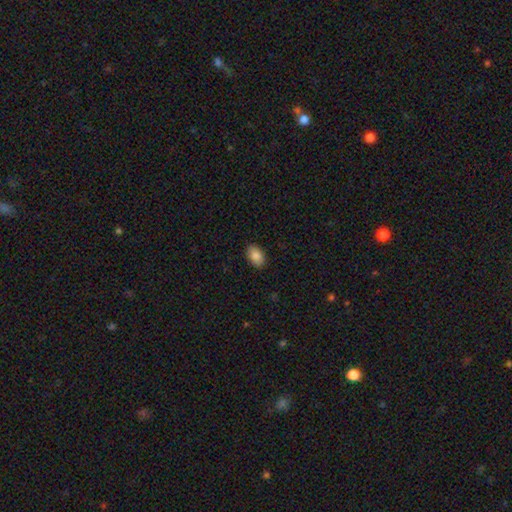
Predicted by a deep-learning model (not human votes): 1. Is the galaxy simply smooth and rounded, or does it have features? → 87% smooth, 7% star or artifact, 6% featured or disk.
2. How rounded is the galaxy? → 90% in between, 9% round, 1% cigar-shaped.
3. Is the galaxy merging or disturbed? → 88% none, 9% minor disturbance, 2% major disturbance, 1% merger.